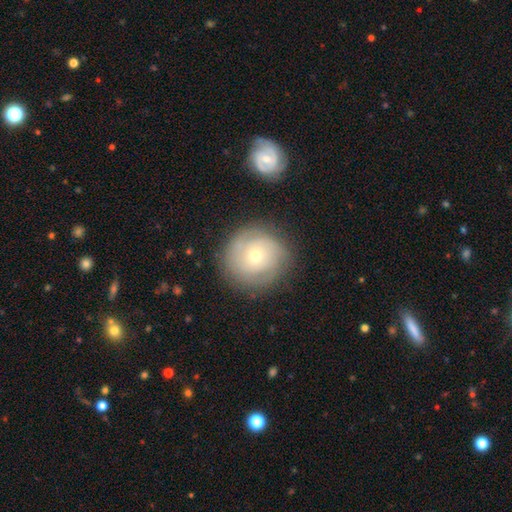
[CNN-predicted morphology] This is possibly a featured or disk galaxy (52%). It is clearly not viewed edge-on (97%). Bar: clearly no (82%). Spiral arm pattern: likely yes (76%). Central bulge: possibly small (55%). Merging: likely none (80%).